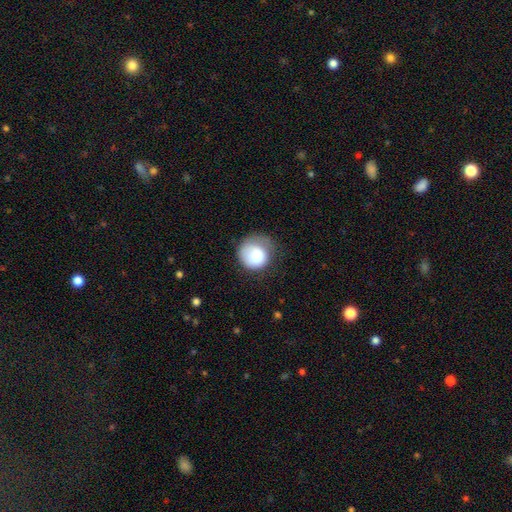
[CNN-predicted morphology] smooth_or_featured: smooth (p=0.83) [alt: featured or disk p=0.10]
how_rounded: round (p=0.88) [alt: in between p=0.11]
merging: none (p=0.45) [alt: minor disturbance p=0.32]